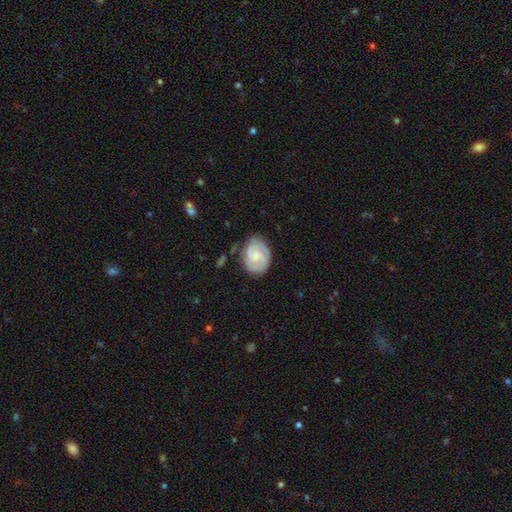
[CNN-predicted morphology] Q: Smooth or featured?
A: featured or disk (70%); runner-up: smooth (24%)
Q: Edge-on disk?
A: no (98%); runner-up: yes (2%)
Q: Bar?
A: no (62%); runner-up: weak (33%)
Q: Spiral arms?
A: yes (93%); runner-up: no (7%)
Q: Spiral winding?
A: tight (60%); runner-up: medium (33%)
Q: Spiral arm count?
A: 2 (60%); runner-up: can't tell (17%)
Q: Bulge size?
A: small (38%); runner-up: none (29%)
Q: Merging?
A: none (71%); runner-up: minor disturbance (20%)